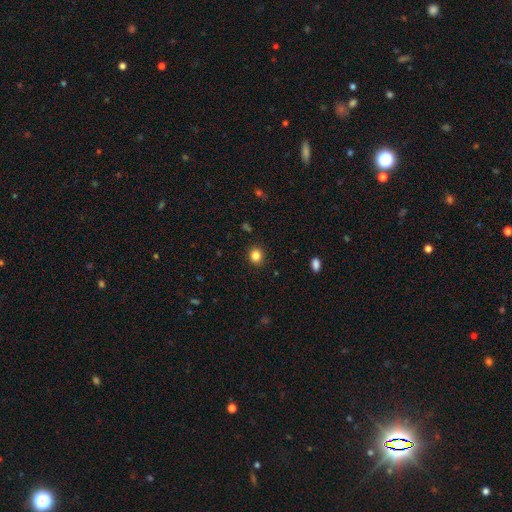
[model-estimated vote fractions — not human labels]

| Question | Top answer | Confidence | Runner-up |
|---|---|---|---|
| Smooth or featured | smooth | 84% | star or artifact (11%) |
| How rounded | round | 80% | in between (19%) |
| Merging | none | 90% | minor disturbance (7%) |